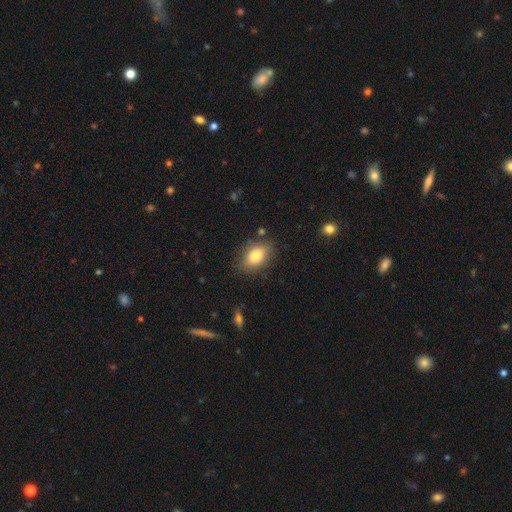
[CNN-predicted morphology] This appears to be a smooth galaxy with no disk features (80%) that is in between round and cigar-shaped (84%). Merging: none (81%).